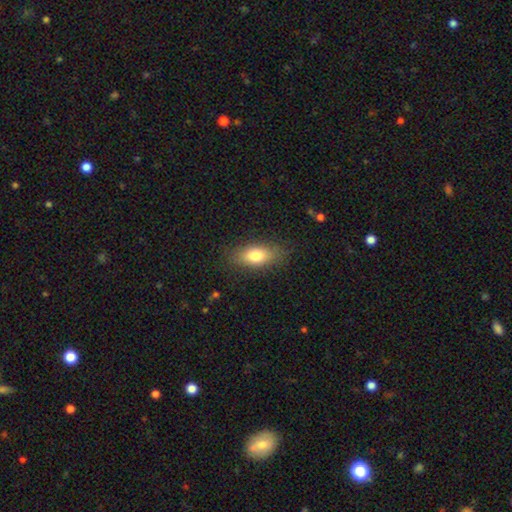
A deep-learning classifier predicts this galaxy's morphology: Overall: smooth (77%). How rounded: in between (85%). Merging: none (82%).